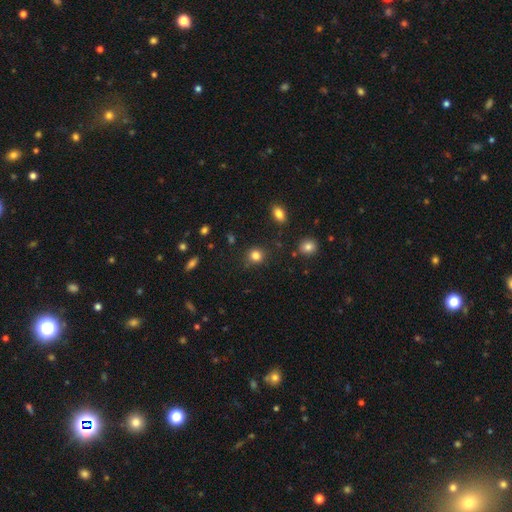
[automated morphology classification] smooth 83%, star or artifact 12%, featured or disk 5%. Down the decision tree: how rounded — round (84%); merging — none (84%).